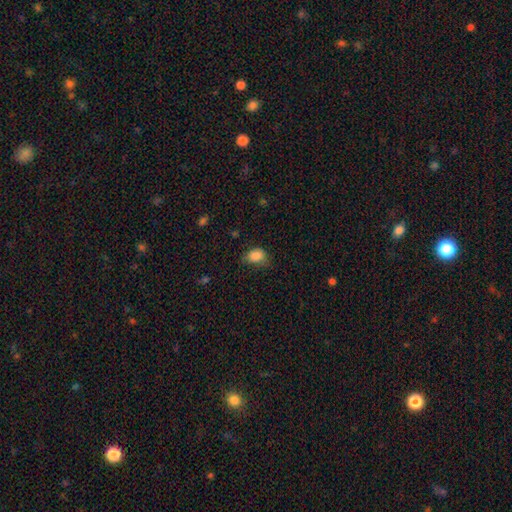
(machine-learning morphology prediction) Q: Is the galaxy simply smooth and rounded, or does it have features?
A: smooth — 85%.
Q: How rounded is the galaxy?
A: in between — 73%.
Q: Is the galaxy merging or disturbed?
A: none — 56%.